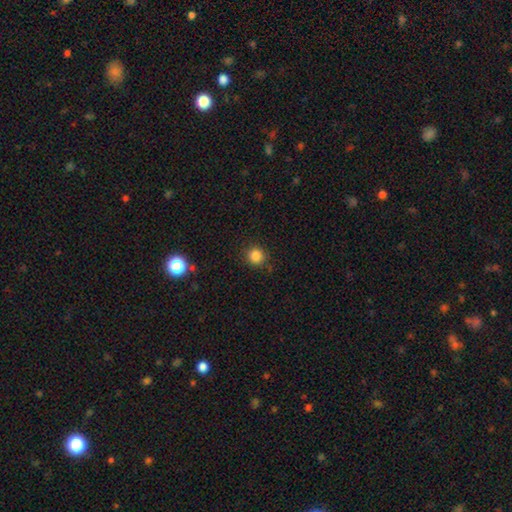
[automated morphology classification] A smooth galaxy with no disk features (84%) that is round (93%). Merging: none (88%).